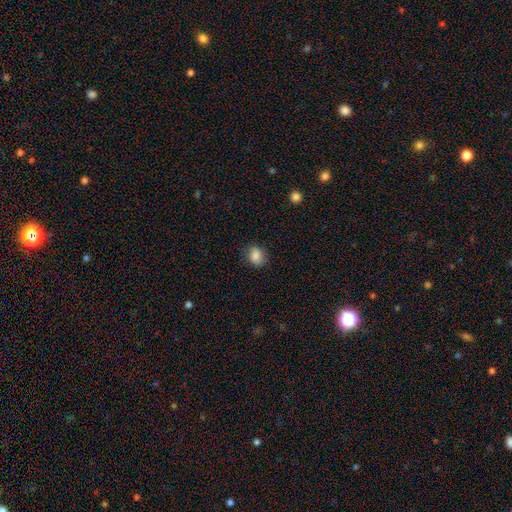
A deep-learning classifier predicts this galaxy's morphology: A smooth galaxy with no disk features (82%) that is round (59%). Merging: none (74%).